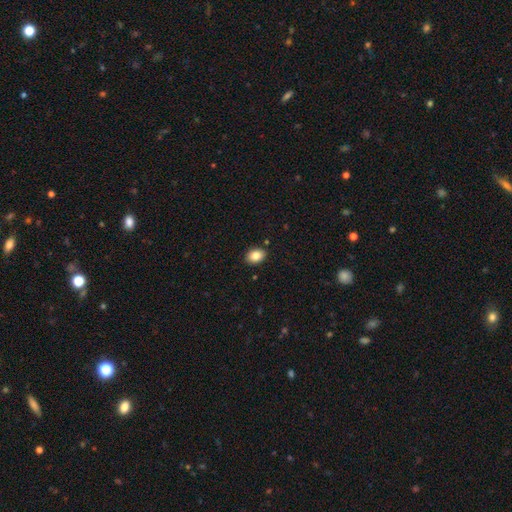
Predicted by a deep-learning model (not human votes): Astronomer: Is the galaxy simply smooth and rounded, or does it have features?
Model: smooth — 85%.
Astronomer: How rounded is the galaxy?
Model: in between — 75%.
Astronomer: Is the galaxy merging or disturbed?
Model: none — 89%.